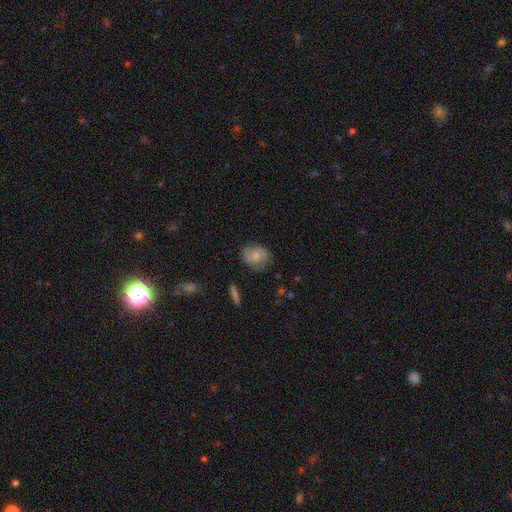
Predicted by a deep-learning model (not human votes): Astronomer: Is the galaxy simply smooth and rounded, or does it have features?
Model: smooth — 64%.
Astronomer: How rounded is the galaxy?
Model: round — 50% (runner-up: in between, 49%).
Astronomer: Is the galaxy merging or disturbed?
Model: none — 70%.